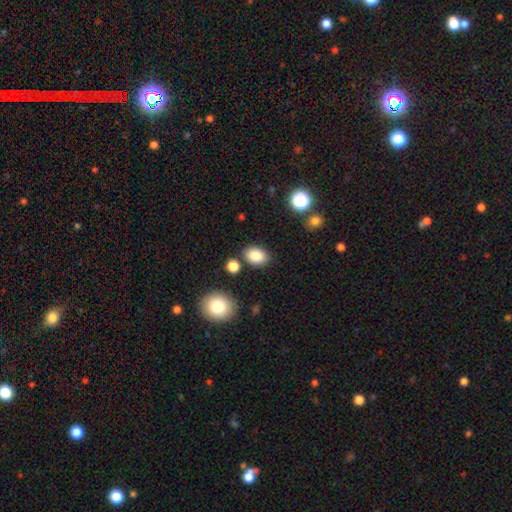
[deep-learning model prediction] This appears to be a smooth galaxy with no disk features (86%) that is in between round and cigar-shaped (78%). Merging: none (82%).